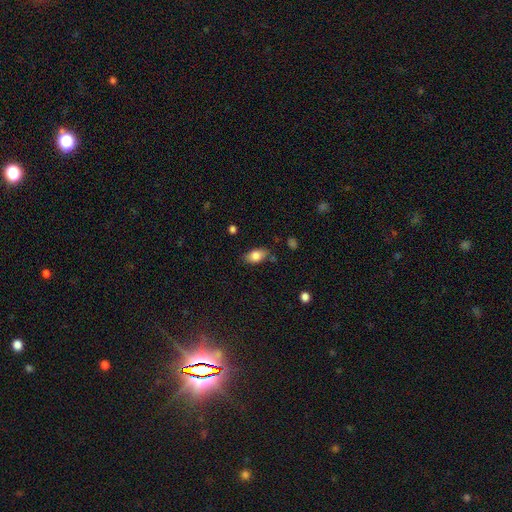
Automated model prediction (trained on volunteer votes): smooth-or-featured: smooth: 82% | featured or disk: 10% | star or artifact: 8%
  how-rounded: in between: 89% | round: 7% | cigar-shaped: 4%
  merging: none: 78% | minor disturbance: 16% | major disturbance: 3% | merger: 3%